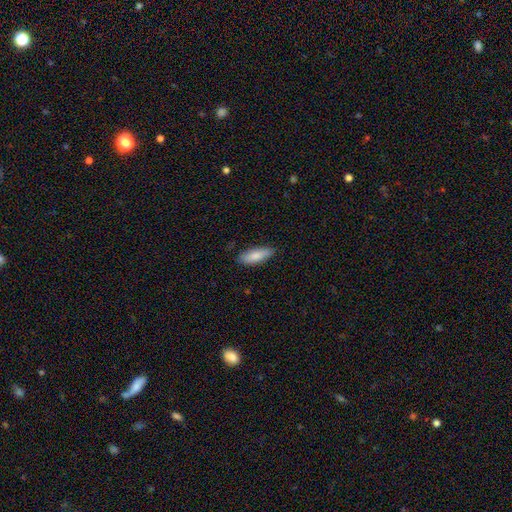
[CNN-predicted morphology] The model was most divided on "how rounded": in between: 63%, cigar-shaped: 36%, round: 2%. More confident: merging — none (85%); smooth or featured — smooth (83%).